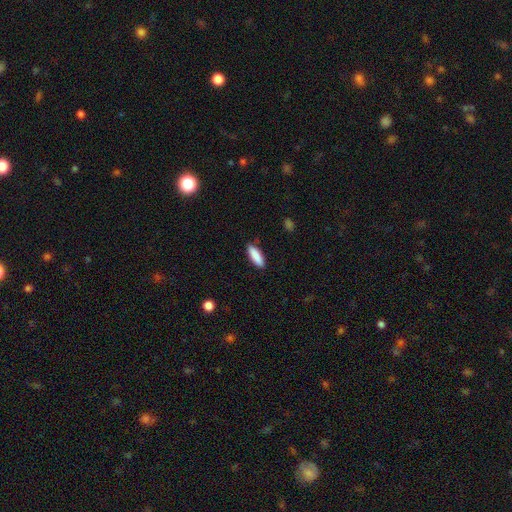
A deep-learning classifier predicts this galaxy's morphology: The model was most divided on "how rounded": cigar-shaped: 53%, in between: 45%, round: 2%. More confident: smooth or featured — smooth (88%); merging — none (87%).